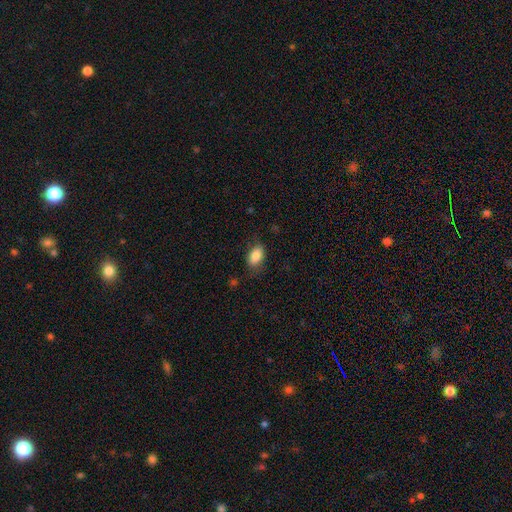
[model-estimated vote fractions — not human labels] The model was most divided on "merging": none: 77%, minor disturbance: 17%, major disturbance: 5%, merger: 1%. More confident: how rounded — in between (90%); smooth or featured — smooth (85%).